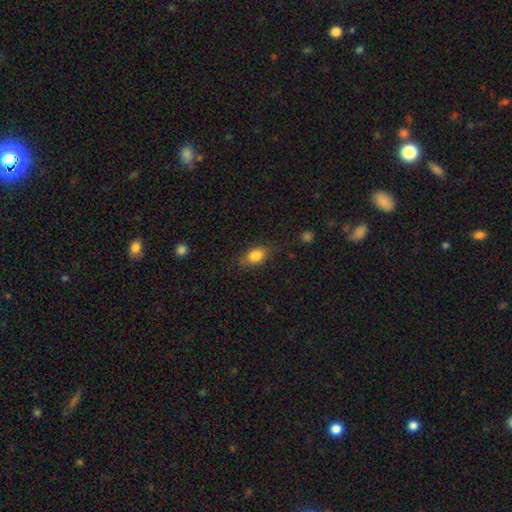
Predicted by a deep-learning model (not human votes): Morphology: type=smooth (83%); roundness=in between (82%); merging=none (80%).